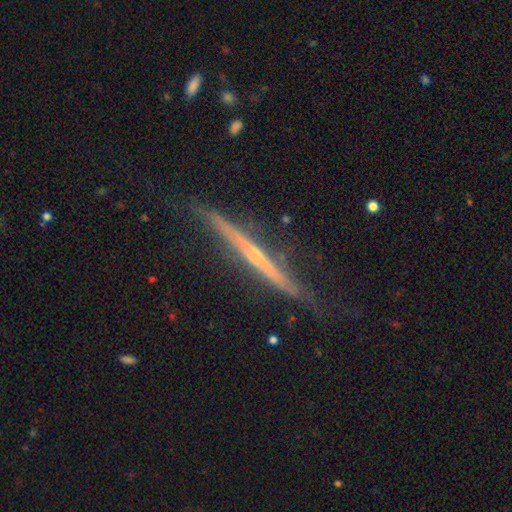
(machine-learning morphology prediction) type=featured or disk (81%); edge-on=yes (97%); edge-on bulge=rounded (60%); merging=none (77%).